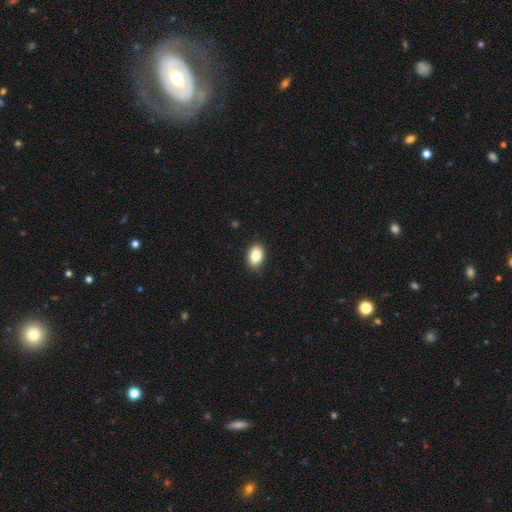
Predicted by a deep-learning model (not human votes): A smooth galaxy with no disk features (85%) that is in between round and cigar-shaped (84%). Merging: none (87%).